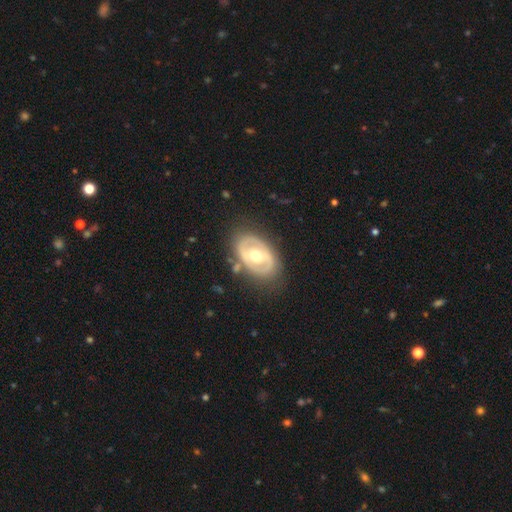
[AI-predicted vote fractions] Overall: featured or disk (68%). Edge-on disk: no (93%). Bar: no (51%; weak 29%). Spiral arms: no (68%; yes 32%). Bulge size: moderate (72%). Merging: none (76%).